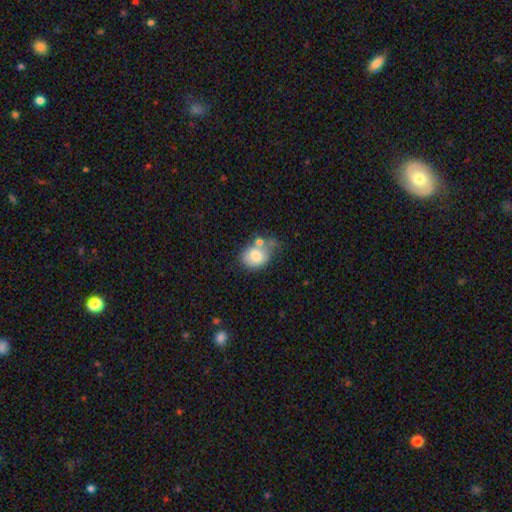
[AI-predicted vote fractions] Smooth or featured? Predicted: smooth (p=0.77). How rounded? Predicted: round (p=0.52). Merging? Predicted: none (p=0.37).